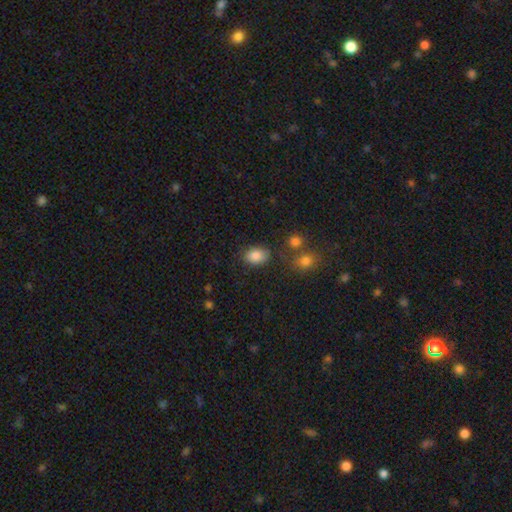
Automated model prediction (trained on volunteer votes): This is clearly a smooth galaxy (85%). How rounded: likely in between (72%). Merging: likely none (69%).